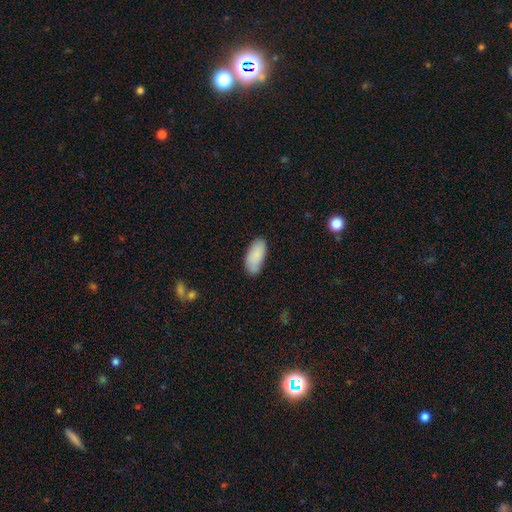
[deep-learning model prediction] Overall: smooth (88%). How rounded: in between (90%). Merging: none (80%).